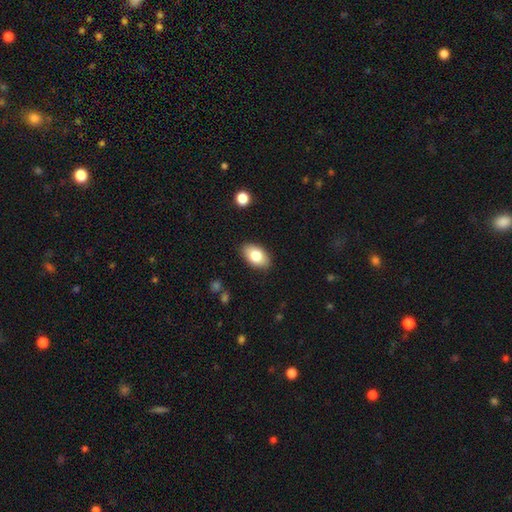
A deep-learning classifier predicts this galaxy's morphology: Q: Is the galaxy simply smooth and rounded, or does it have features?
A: smooth — 80%.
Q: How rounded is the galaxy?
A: in between — 93%.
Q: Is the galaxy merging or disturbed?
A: none — 87%.